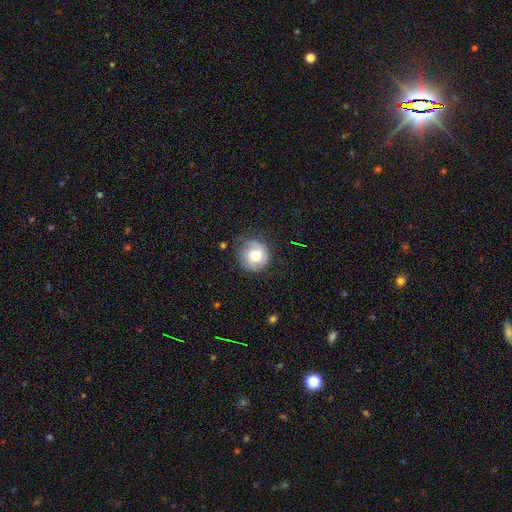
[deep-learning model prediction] This is possibly a smooth galaxy (56%). How rounded: clearly round (90%). Merging: likely none (70%).